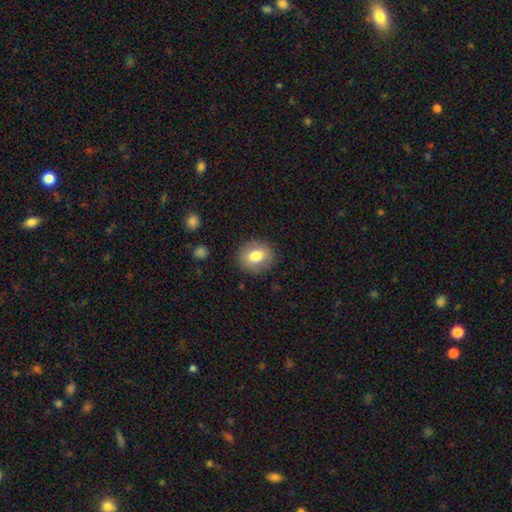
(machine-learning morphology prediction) Smooth or featured?
  - smooth: 76% *
  - featured or disk: 16%
  - star or artifact: 8%
How rounded?
  - round: 68% *
  - in between: 31%
  - cigar-shaped: 1%
Merging?
  - none: 87% *
  - minor disturbance: 9%
  - major disturbance: 3%
  - merger: 1%